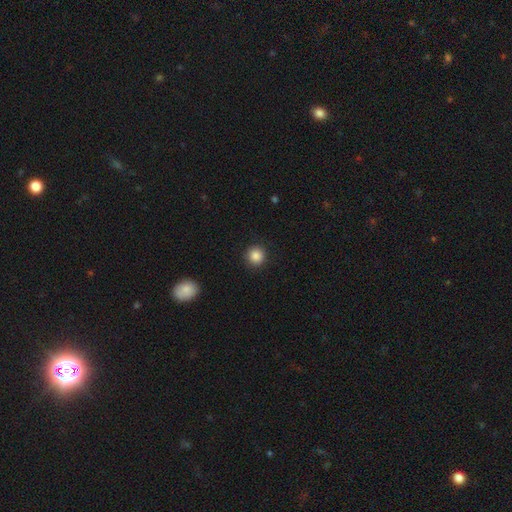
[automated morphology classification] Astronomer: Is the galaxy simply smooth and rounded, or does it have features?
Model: smooth — 87%.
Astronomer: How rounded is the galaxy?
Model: round — 94%.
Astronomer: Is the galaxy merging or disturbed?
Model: none — 92%.